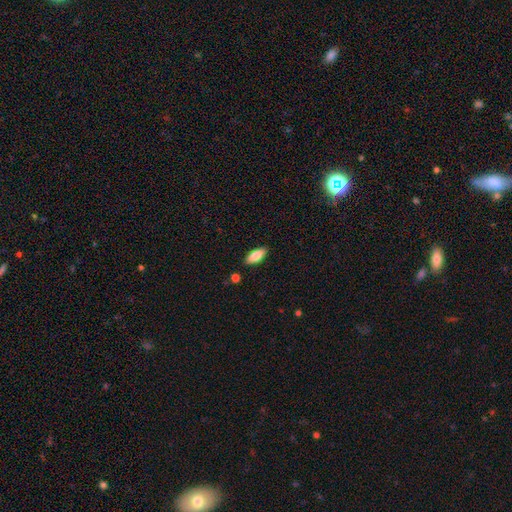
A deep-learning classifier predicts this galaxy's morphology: smooth-or-featured: smooth: 77% | featured or disk: 16% | star or artifact: 6%
  how-rounded: in between: 79% | cigar-shaped: 19% | round: 2%
  merging: none: 87% | minor disturbance: 9% | merger: 2% | major disturbance: 2%